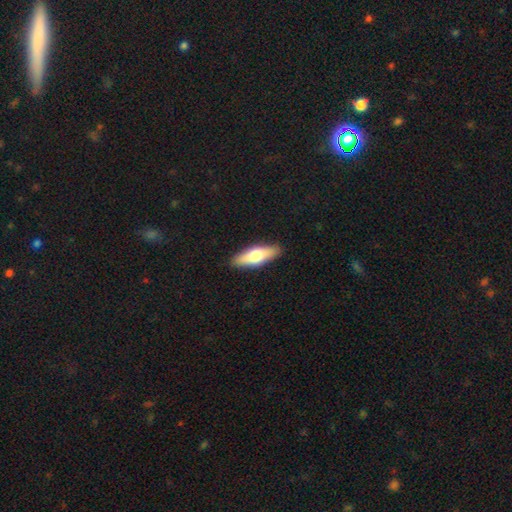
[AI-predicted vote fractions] smooth-or-featured: smooth: 64% | featured or disk: 30% | star or artifact: 6%
  how-rounded: in between: 55% | cigar-shaped: 43% | round: 2%
  merging: none: 88% | minor disturbance: 9% | major disturbance: 2% | merger: 1%